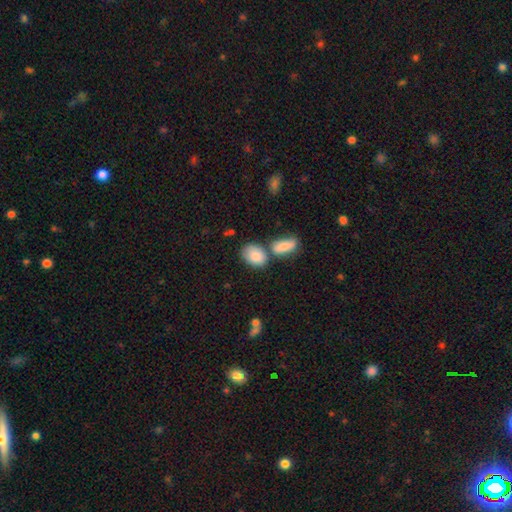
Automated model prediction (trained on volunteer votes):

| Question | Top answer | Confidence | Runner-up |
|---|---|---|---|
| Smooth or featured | smooth | 85% | featured or disk (8%) |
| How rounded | in between | 81% | round (17%) |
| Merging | none | 49% | merger (31%) |